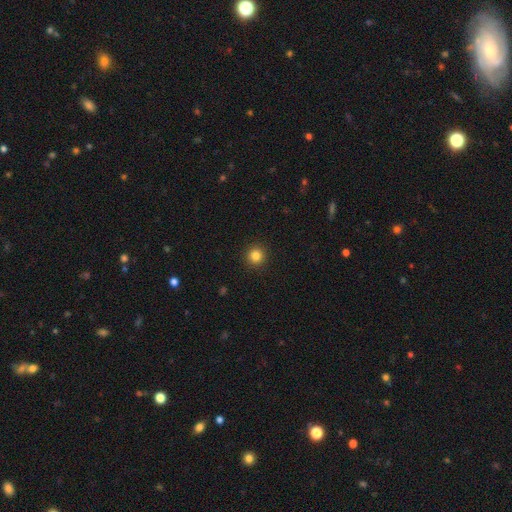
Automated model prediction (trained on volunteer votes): This appears to be a smooth galaxy with no disk features (84%) that is round (95%). Merging: none (93%).